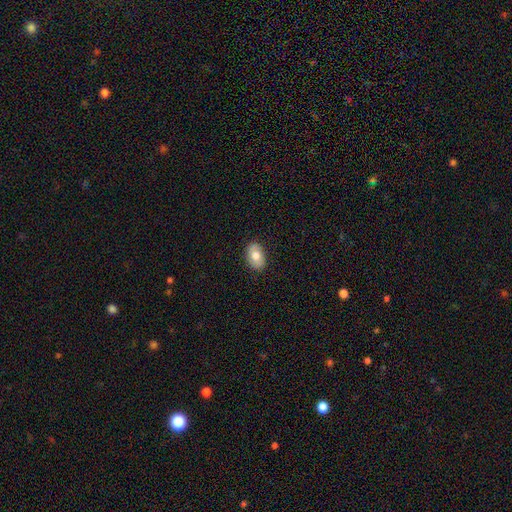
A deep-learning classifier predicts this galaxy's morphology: smooth_or_featured: smooth (p=0.69) [alt: featured or disk p=0.24]
how_rounded: in between (p=0.86) [alt: round p=0.13]
merging: none (p=0.86) [alt: minor disturbance p=0.11]